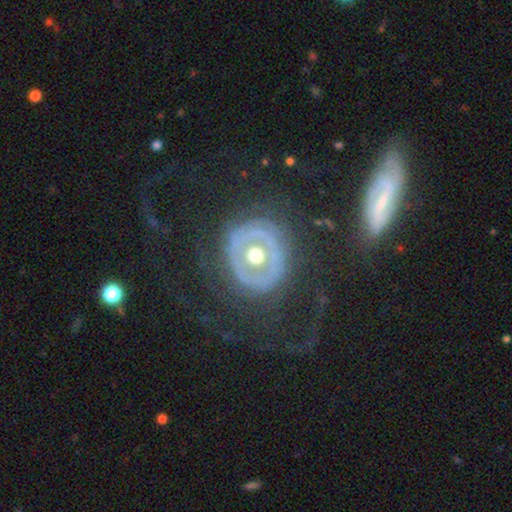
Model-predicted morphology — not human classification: Smooth or featured? Predicted: featured or disk (p=0.73). Edge-on disk? Predicted: no (p=0.94). Bar? Predicted: no (p=0.80). Spiral arms? Predicted: no (p=0.60). Bulge size? Predicted: moderate (p=0.78). Merging? Predicted: none (p=0.70).